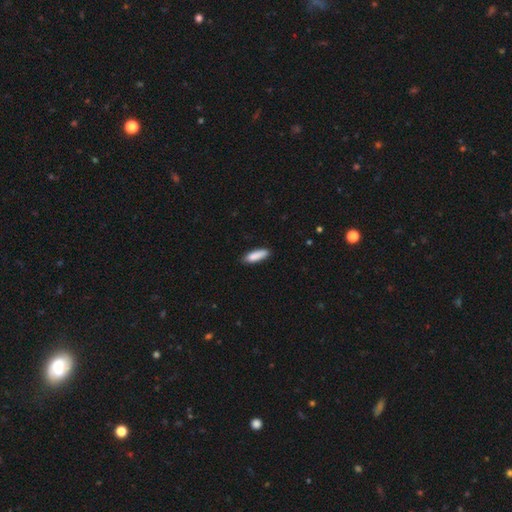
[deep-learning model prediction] This appears to be a smooth galaxy with no disk features (87%) that is cigar-shaped (51%). Merging: none (79%).